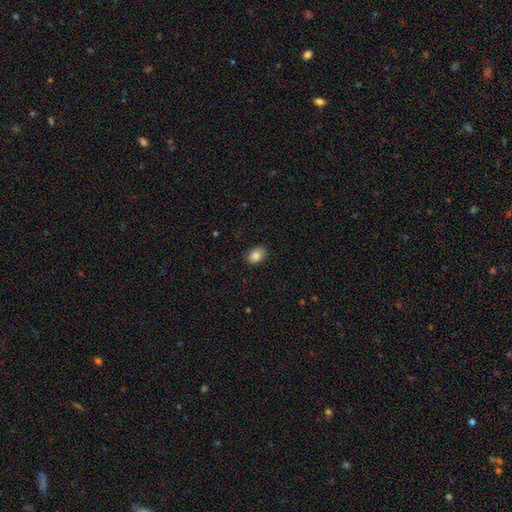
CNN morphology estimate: This appears to be a smooth galaxy with no disk features (85%) that is in between round and cigar-shaped (83%). Merging: none (86%).